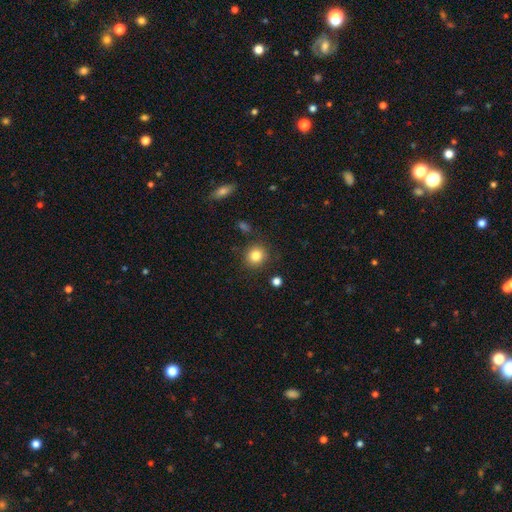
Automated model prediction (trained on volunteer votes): This appears to be a smooth galaxy with no disk features (83%) that is round (88%). Merging: none (87%).